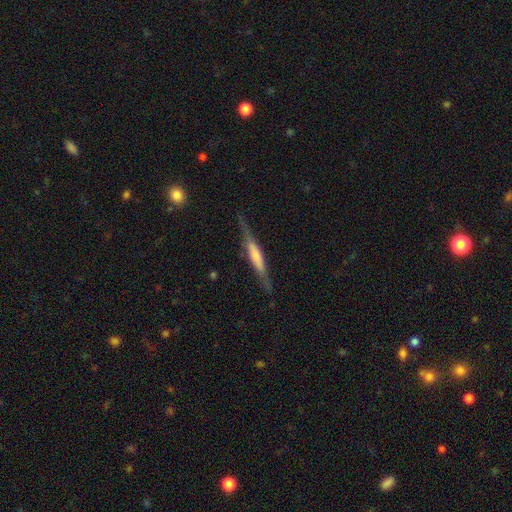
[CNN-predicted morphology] smooth_or_featured: featured or disk (p=0.57) [alt: smooth p=0.37]
disk_edge_on: yes (p=0.93) [alt: no p=0.07]
edge_on_bulge: rounded (p=0.43) [alt: boxy p=0.31]
merging: none (p=0.77) [alt: minor disturbance p=0.17]